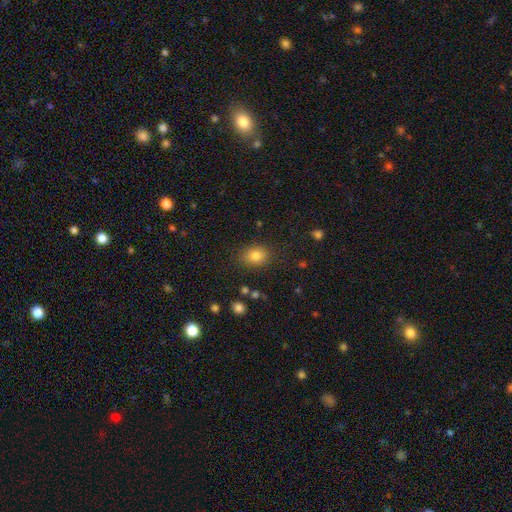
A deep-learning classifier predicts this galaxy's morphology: Overall: smooth (82%). How rounded: in between (58%; round 41%). Merging: none (84%).